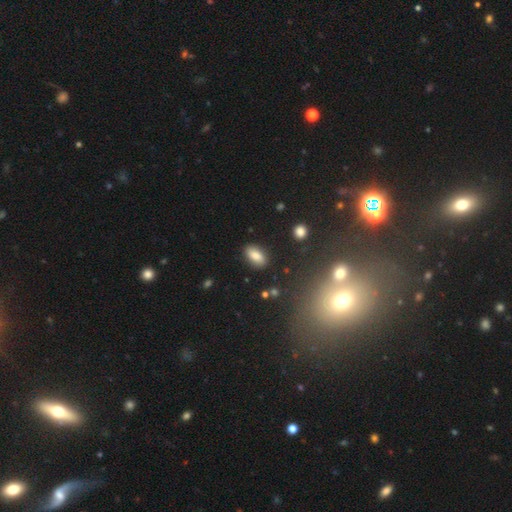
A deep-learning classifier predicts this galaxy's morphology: A smooth galaxy with no disk features (82%) that is in between round and cigar-shaped (91%).

Vote fractions:
- Smooth or featured? smooth: 82% / star or artifact: 9% / featured or disk: 9%
- How rounded? in between: 91% / round: 5% / cigar-shaped: 4%
- Merging? none: 86% / minor disturbance: 10% / major disturbance: 2% / merger: 2%